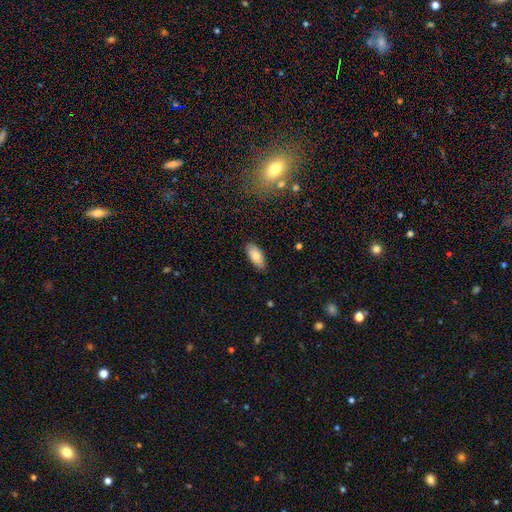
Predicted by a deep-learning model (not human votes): This is likely a smooth galaxy (80%). How rounded: clearly in between (91%). Merging: likely none (79%).